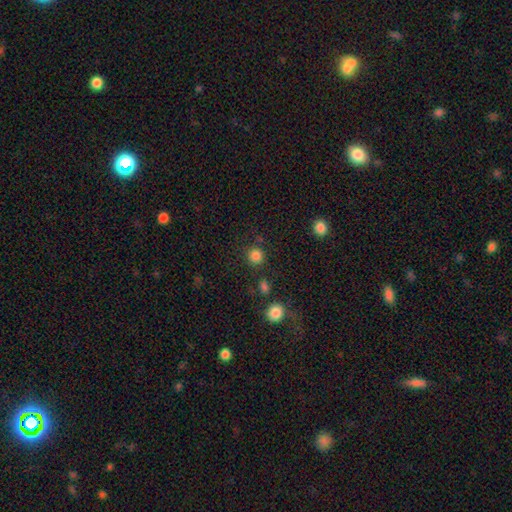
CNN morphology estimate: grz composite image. It shows a smooth galaxy with no disk features (84%) that is round (92%). Merging: none (85%).